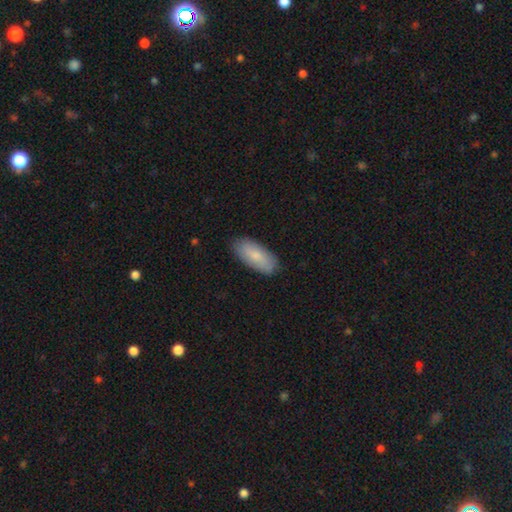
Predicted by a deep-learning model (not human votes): Smooth or featured: smooth — 79% (featured or disk — 15%)
How rounded: in between — 85% (cigar-shaped — 13%)
Merging: none — 85% (minor disturbance — 12%)